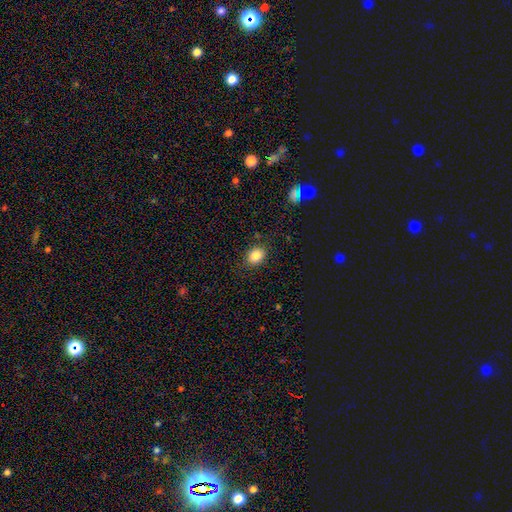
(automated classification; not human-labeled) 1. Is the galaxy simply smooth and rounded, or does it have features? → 85% smooth, 10% star or artifact, 5% featured or disk.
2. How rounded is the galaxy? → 55% in between, 44% round, 1% cigar-shaped.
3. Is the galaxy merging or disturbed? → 86% none, 10% minor disturbance, 3% major disturbance, 2% merger.